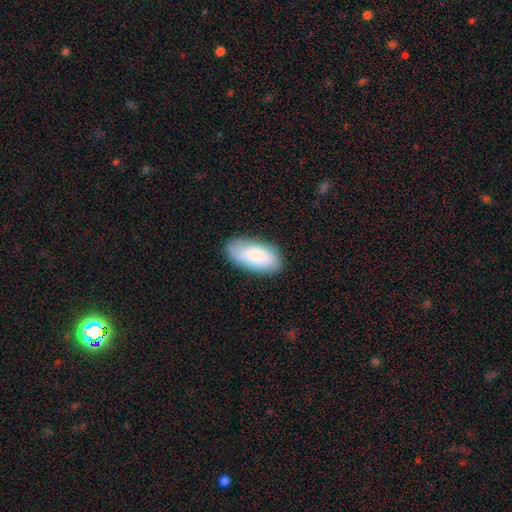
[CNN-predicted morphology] Smooth or featured? smooth (79%)
How rounded? in between (93%)
Merging? none (78%)